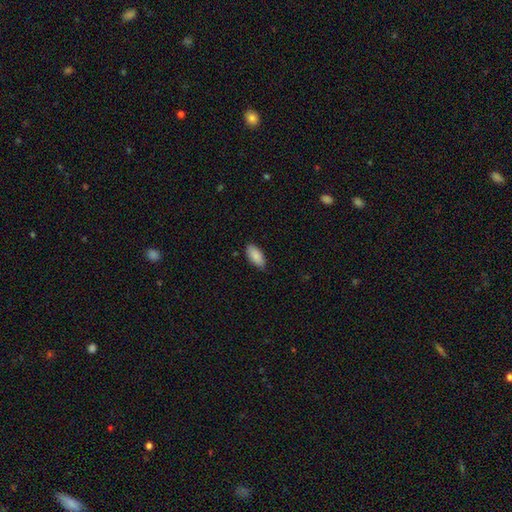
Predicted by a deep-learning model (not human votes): Smooth or featured?
  - smooth: 88% *
  - star or artifact: 6%
  - featured or disk: 6%
How rounded?
  - in between: 91% *
  - cigar-shaped: 7%
  - round: 2%
Merging?
  - none: 82% *
  - minor disturbance: 15%
  - major disturbance: 2%
  - merger: 1%